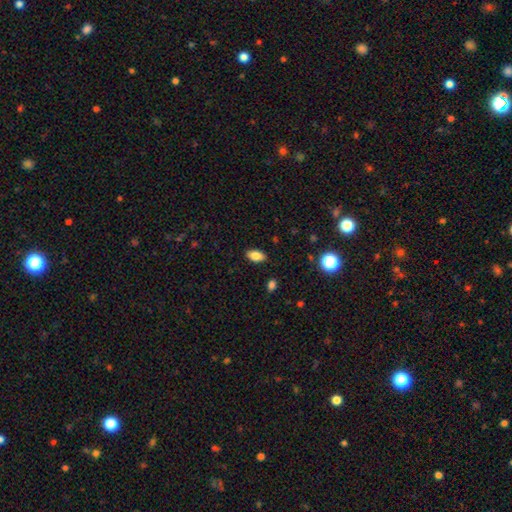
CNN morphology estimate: Smooth or featured? smooth (83%)
How rounded? in between (91%)
Merging? none (87%)